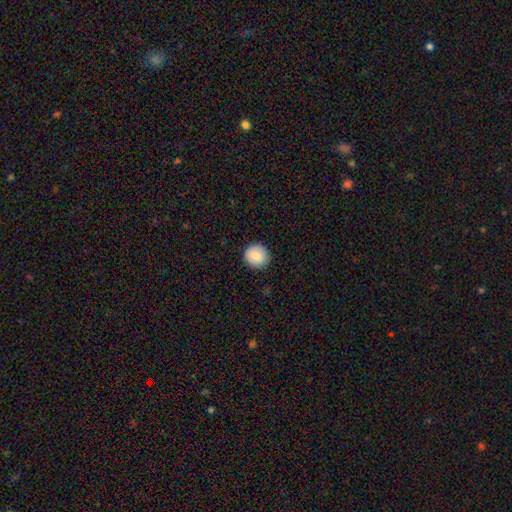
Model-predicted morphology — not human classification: smooth_or_featured: smooth (p=0.88) [alt: star or artifact p=0.08]
how_rounded: round (p=0.92) [alt: in between p=0.07]
merging: none (p=0.89) [alt: minor disturbance p=0.08]